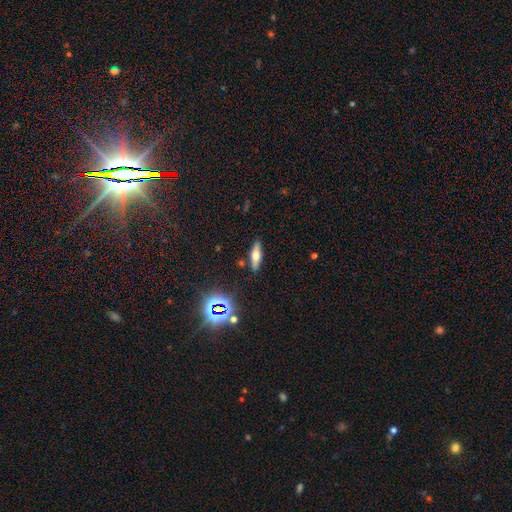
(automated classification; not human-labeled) smooth_or_featured: smooth (p=0.52) [alt: featured or disk p=0.35]
how_rounded: cigar-shaped (p=0.54) [alt: in between p=0.42]
merging: none (p=0.86) [alt: minor disturbance p=0.09]